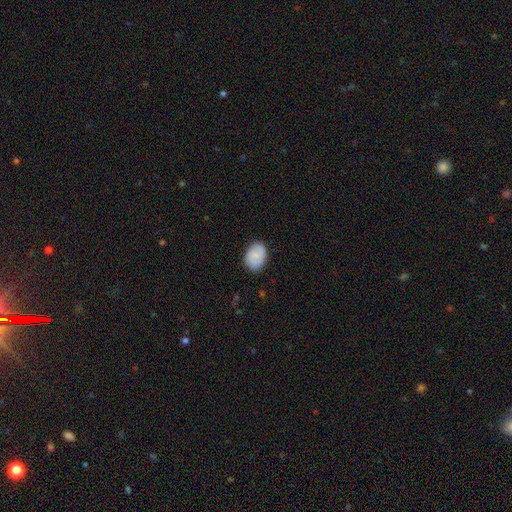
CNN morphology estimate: This is likely a smooth galaxy (78%). How rounded: likely in between (79%). Merging: clearly none (84%).